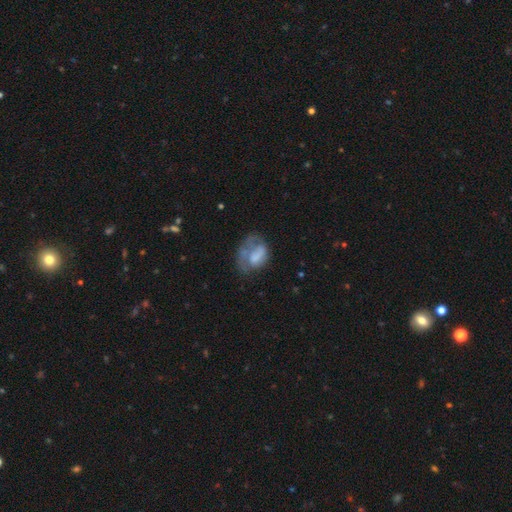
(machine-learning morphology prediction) The model was most divided on "merging": major disturbance: 39%, none: 31%, minor disturbance: 25%, merger: 5%. Remaining: smooth or featured — smooth (50%).